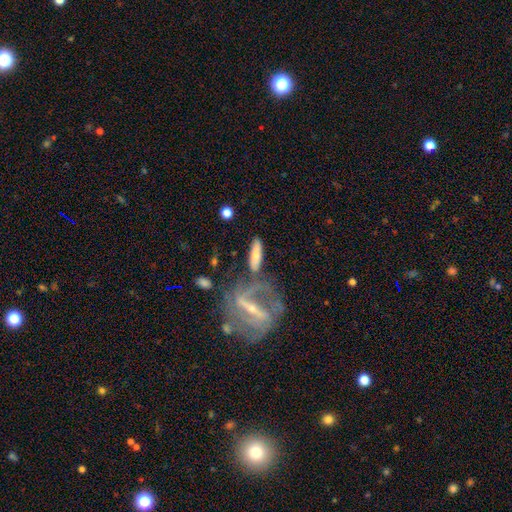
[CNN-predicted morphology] The model was most divided on "how rounded": cigar-shaped: 56%, in between: 41%, round: 4%. More confident: merging — none (63%); smooth or featured — smooth (57%).